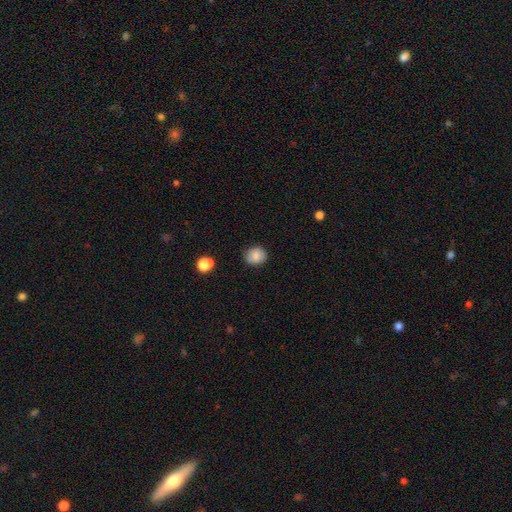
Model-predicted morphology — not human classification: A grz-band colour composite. It shows a smooth galaxy with no disk features (79%) that is round (75%). Merging: none (82%).